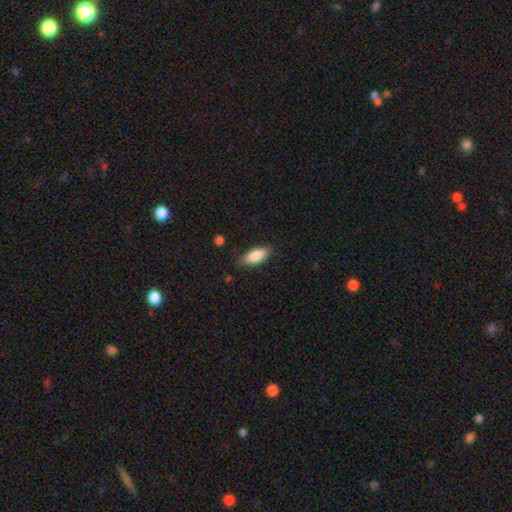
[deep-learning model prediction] A smooth galaxy with no disk features (85%) that is in between round and cigar-shaped (82%).

Vote fractions:
- Smooth or featured? smooth: 85% / featured or disk: 9% / star or artifact: 6%
- How rounded? in between: 82% / cigar-shaped: 16% / round: 2%
- Merging? none: 81% / minor disturbance: 15% / major disturbance: 3% / merger: 1%